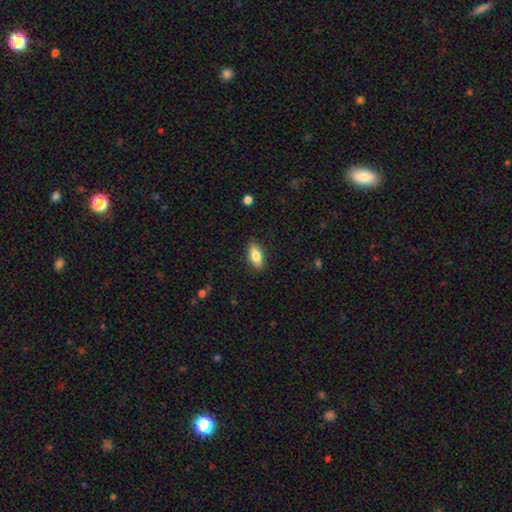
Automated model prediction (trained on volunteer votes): Smooth or featured? smooth (80%)
How rounded? in between (83%)
Merging? none (87%)